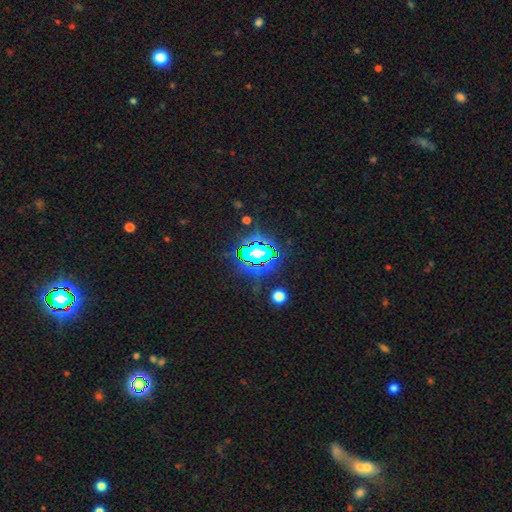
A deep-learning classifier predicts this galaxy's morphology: This appears to be a star or artifact, not a galaxy (65%).